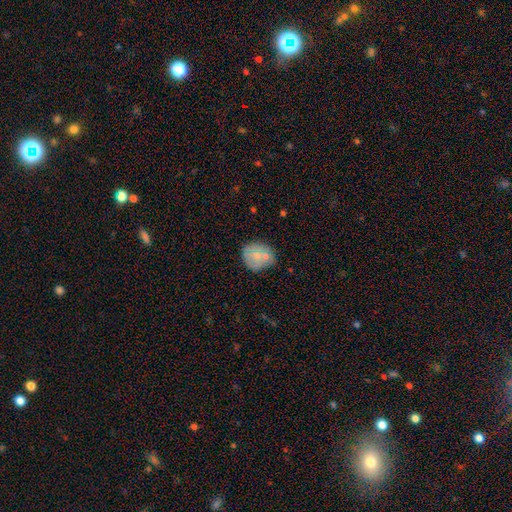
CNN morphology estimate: This is likely a smooth galaxy (62%). How rounded: likely round (76%). Merging: likely none (67%).